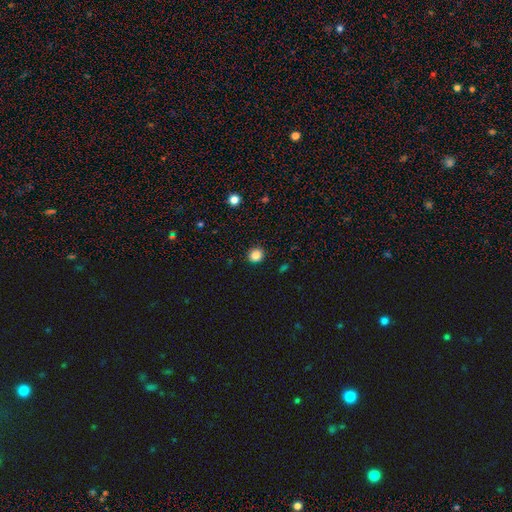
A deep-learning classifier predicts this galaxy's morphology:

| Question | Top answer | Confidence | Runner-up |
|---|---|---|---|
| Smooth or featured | smooth | 84% | star or artifact (11%) |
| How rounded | round | 84% | in between (15%) |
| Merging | none | 92% | minor disturbance (6%) |